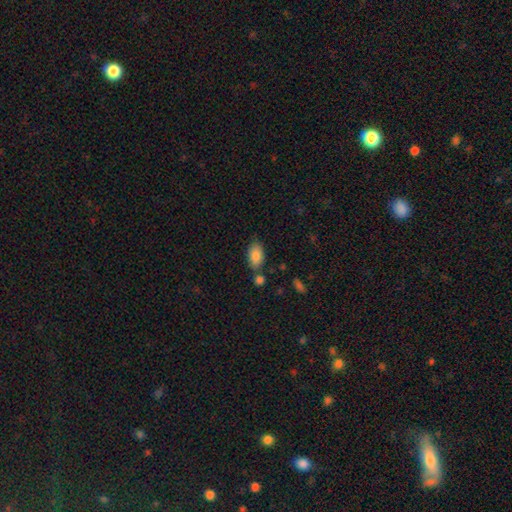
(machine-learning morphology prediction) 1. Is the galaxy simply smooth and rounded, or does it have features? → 85% smooth, 8% featured or disk, 7% star or artifact.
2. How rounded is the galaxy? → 93% in between, 4% round, 2% cigar-shaped.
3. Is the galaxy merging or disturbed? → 69% none, 15% minor disturbance, 12% merger, 4% major disturbance.